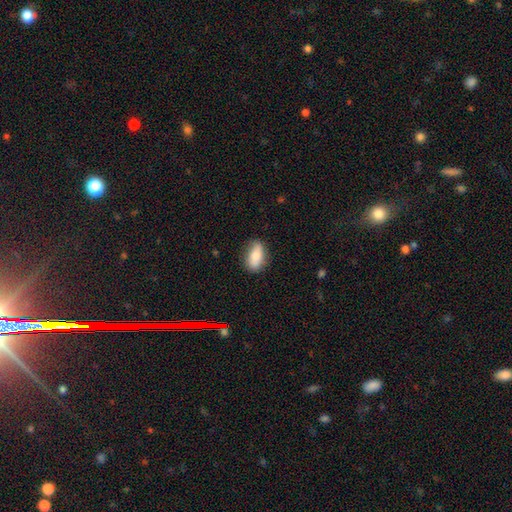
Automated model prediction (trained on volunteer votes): The model was most divided on "smooth or featured": smooth: 72%, featured or disk: 20%, star or artifact: 7%. More confident: how rounded — in between (86%); merging — none (77%).